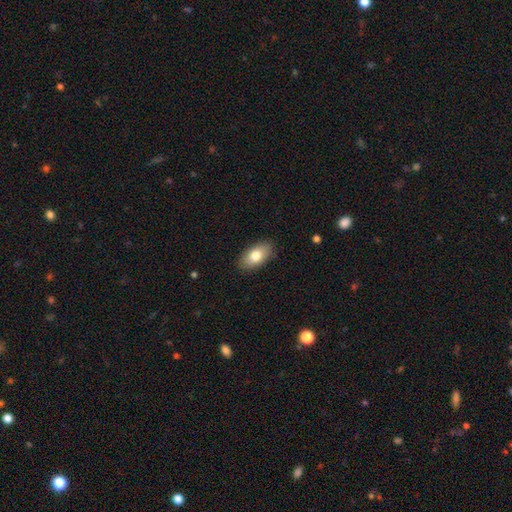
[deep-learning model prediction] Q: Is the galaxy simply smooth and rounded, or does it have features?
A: smooth — 78%.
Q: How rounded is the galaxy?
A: in between — 93%.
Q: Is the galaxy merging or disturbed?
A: none — 88%.